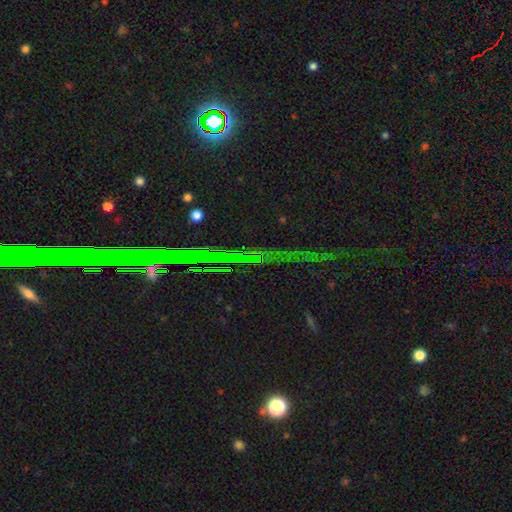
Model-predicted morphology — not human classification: star or artifact 76%, featured or disk 14%, smooth 10%.